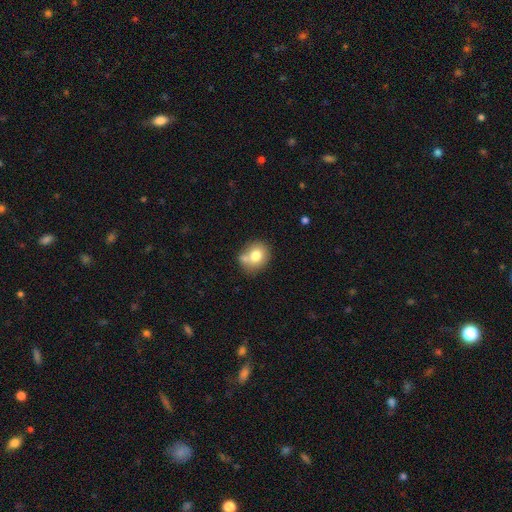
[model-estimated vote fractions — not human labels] A smooth galaxy with no disk features (74%) that is round (65%). Merging: none (52%).